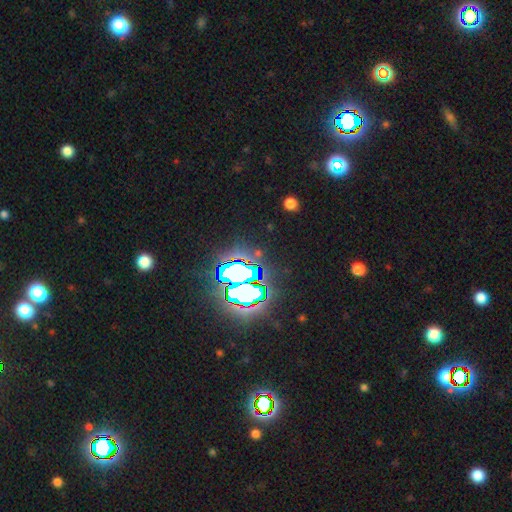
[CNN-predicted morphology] Q: Smooth or featured?
A: star or artifact (71%); runner-up: smooth (16%)